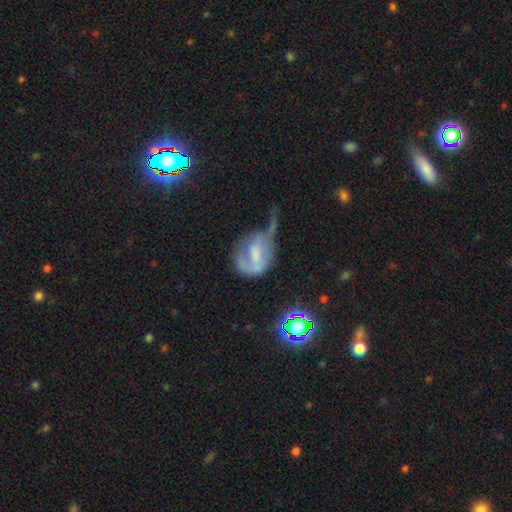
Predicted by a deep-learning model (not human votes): This is possibly a featured or disk galaxy (56%). It is clearly not viewed edge-on (96%). Bar: marginally no (42%). Spiral arm pattern: likely yes (62%). Central bulge: marginally none (33%). Merging: possibly major disturbance (49%).